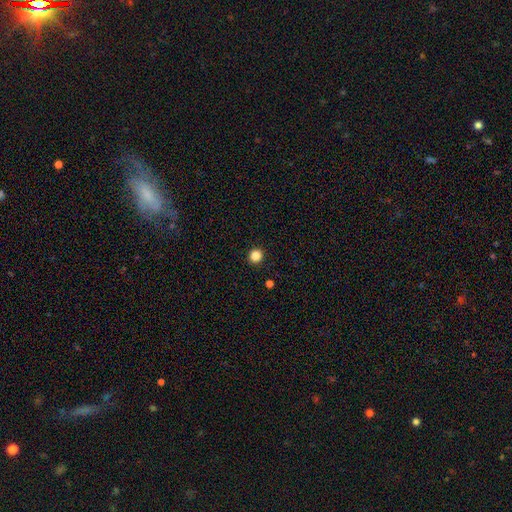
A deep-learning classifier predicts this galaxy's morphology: Smooth or featured? smooth (85%)
How rounded? round (94%)
Merging? none (94%)